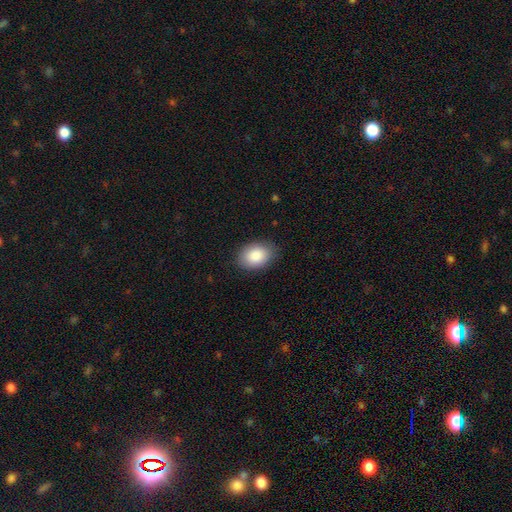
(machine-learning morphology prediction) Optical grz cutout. It shows a smooth galaxy with no disk features (88%) that is in between round and cigar-shaped (79%). Merging: none (85%).